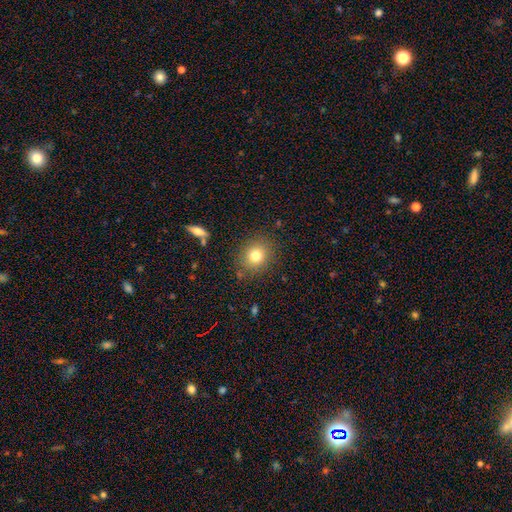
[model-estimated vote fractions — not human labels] This is likely a smooth galaxy (79%). How rounded: likely round (73%). Merging: clearly none (85%).